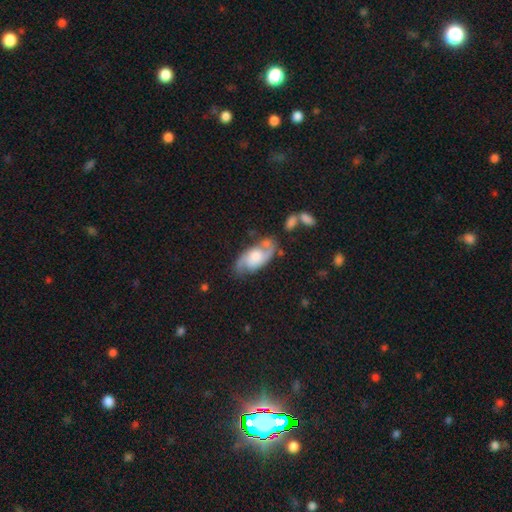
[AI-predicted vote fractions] Smooth or featured? featured or disk (78%)
Edge-on disk? no (95%)
Bar? no (64%)
Spiral arms? yes (94%)
Spiral winding? medium (49%)
Spiral arm count? 2 (89%)
Bulge size? moderate (48%)
Merging? none (65%)